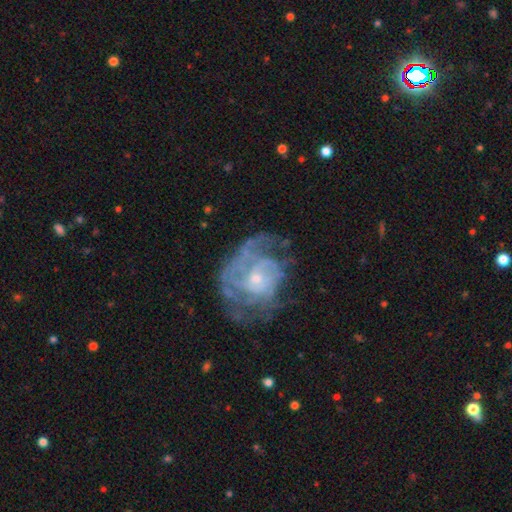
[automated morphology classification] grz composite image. It shows a featured or disk galaxy (72%) with no bar (71%), tight (65%) spiral arms (84%) and a small central bulge (55%). Merging: none (63%).